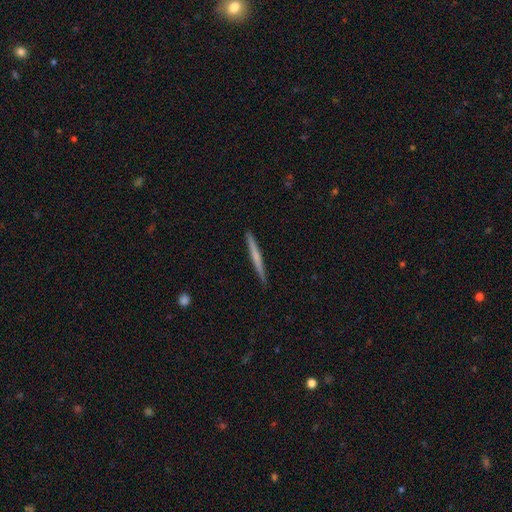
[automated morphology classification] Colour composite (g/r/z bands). It shows a featured or disk galaxy (48%). Merging: none (91%).